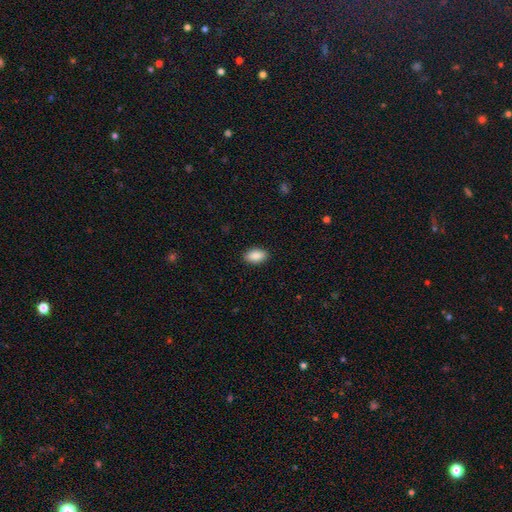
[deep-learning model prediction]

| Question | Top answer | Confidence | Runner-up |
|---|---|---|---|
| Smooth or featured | smooth | 90% | star or artifact (7%) |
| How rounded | in between | 93% | round (5%) |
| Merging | none | 90% | minor disturbance (7%) |